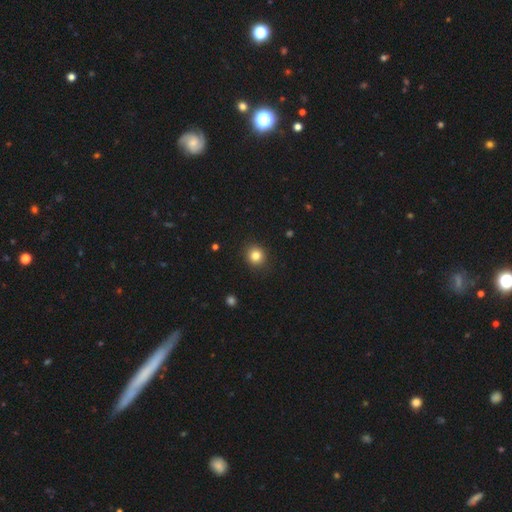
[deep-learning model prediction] smooth 82%, star or artifact 12%, featured or disk 6%. Down the decision tree: how rounded — round (87%); merging — none (91%).